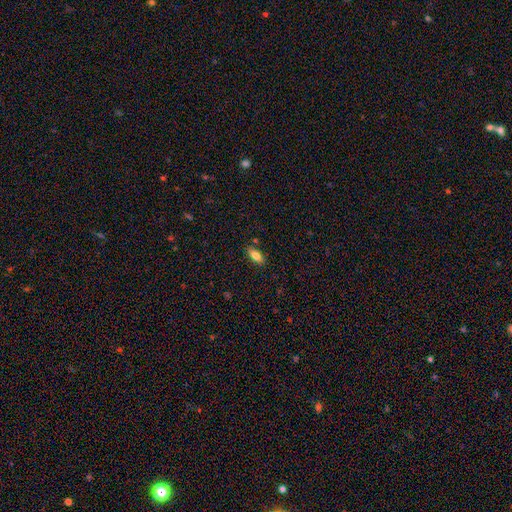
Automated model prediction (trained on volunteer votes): Morphology: type=smooth (78%); roundness=in between (82%); merging=none (84%).